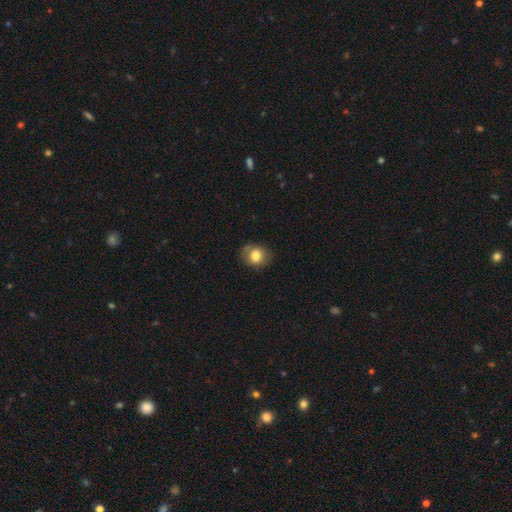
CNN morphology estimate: A smooth galaxy with no disk features (78%) that is round (67%). Merging: none (77%).